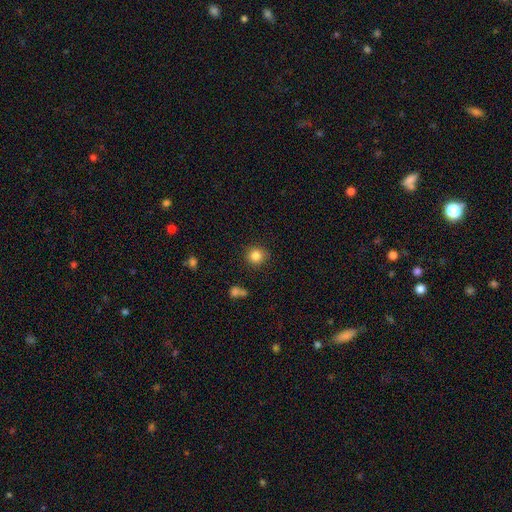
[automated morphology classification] The model was most divided on "smooth or featured": smooth: 84%, star or artifact: 11%, featured or disk: 5%. More confident: how rounded — round (93%); merging — none (87%).